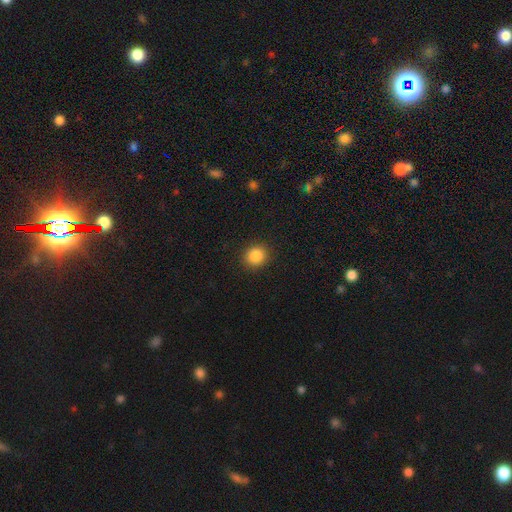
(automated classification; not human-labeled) The model was most divided on "how rounded": round: 80%, in between: 19%, cigar-shaped: 1%. More confident: merging — none (90%); smooth or featured — smooth (86%).